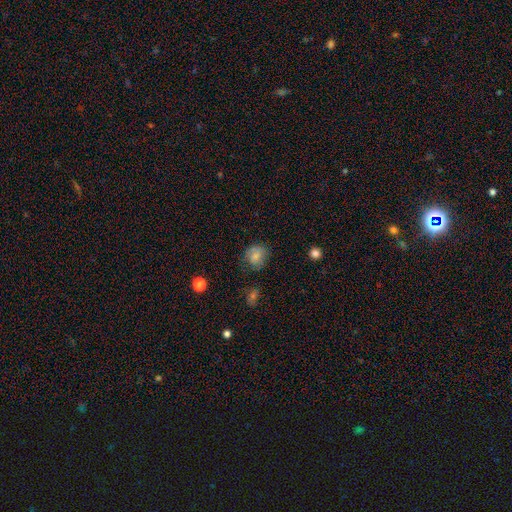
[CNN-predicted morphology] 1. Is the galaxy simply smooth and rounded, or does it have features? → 76% smooth, 13% featured or disk, 11% star or artifact.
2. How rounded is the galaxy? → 70% round, 29% in between, 1% cigar-shaped.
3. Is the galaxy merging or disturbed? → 67% none, 23% minor disturbance, 8% major disturbance, 2% merger.